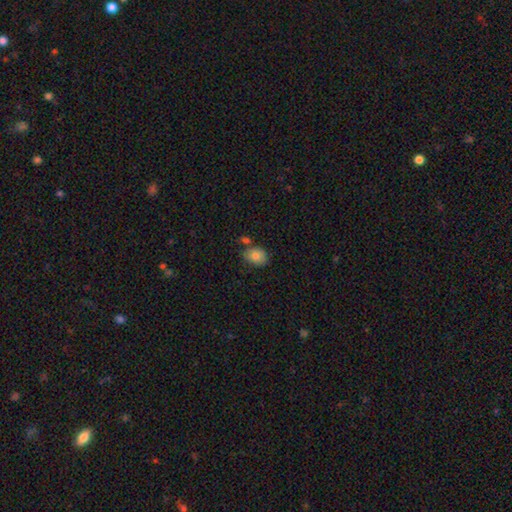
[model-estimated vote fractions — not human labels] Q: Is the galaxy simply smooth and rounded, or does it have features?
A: smooth — 81%.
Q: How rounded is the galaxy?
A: in between — 59%.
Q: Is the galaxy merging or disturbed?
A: none — 58%.